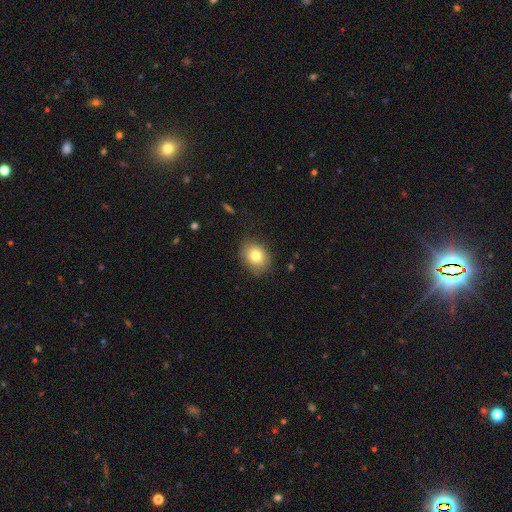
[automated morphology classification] Q: Smooth or featured?
A: smooth (79%); runner-up: featured or disk (11%)
Q: How rounded?
A: round (51%); runner-up: in between (48%)
Q: Merging?
A: none (80%); runner-up: minor disturbance (15%)